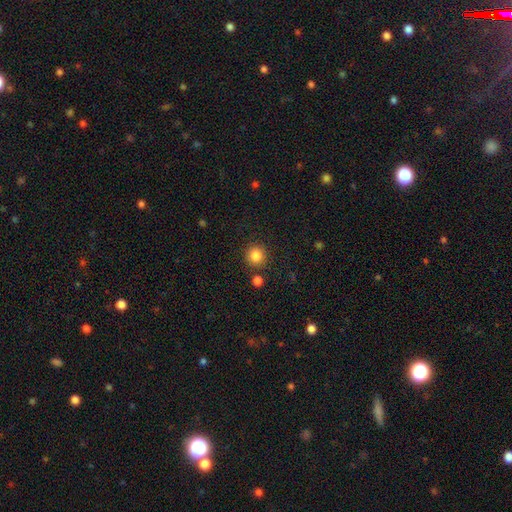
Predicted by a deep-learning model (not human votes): A smooth galaxy with no disk features (84%) that is round (92%).

Vote fractions:
- Smooth or featured? smooth: 84% / star or artifact: 11% / featured or disk: 5%
- How rounded? round: 92% / in between: 7% / cigar-shaped: 1%
- Merging? none: 87% / minor disturbance: 7% / merger: 4% / major disturbance: 2%